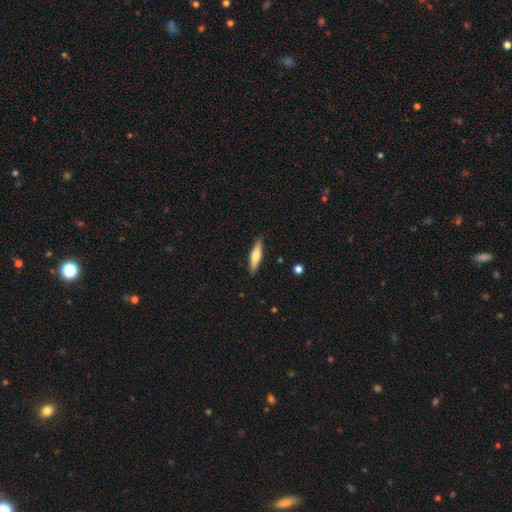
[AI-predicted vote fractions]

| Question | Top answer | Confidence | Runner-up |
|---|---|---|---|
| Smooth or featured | smooth | 54% | featured or disk (40%) |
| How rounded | cigar-shaped | 77% | in between (21%) |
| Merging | none | 88% | minor disturbance (9%) |